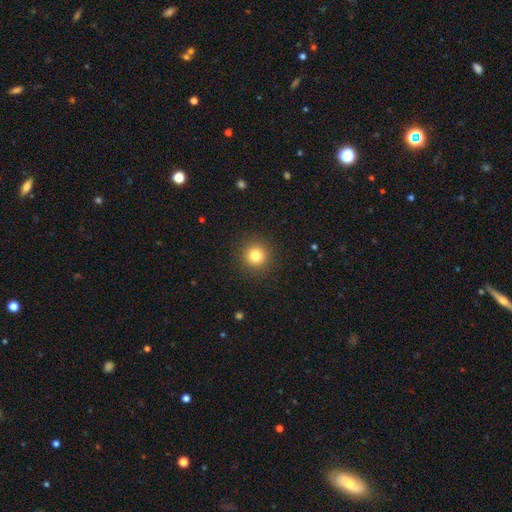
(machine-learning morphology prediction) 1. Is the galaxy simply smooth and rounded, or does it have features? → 81% smooth, 13% star or artifact, 7% featured or disk.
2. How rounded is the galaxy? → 95% round, 4% in between, 1% cigar-shaped.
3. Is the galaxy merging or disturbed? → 91% none, 5% minor disturbance, 2% major disturbance, 1% merger.